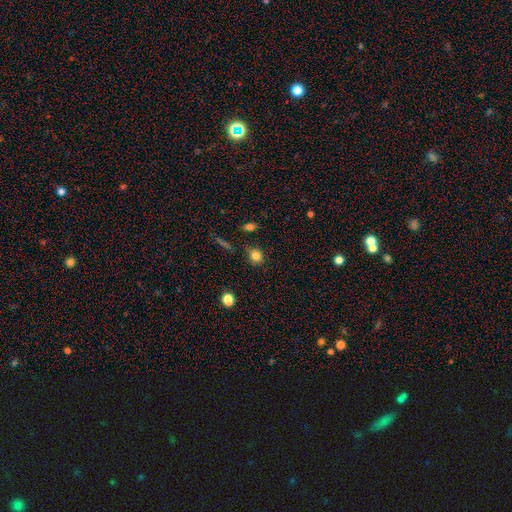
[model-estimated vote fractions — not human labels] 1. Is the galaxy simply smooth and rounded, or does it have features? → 81% smooth, 13% star or artifact, 6% featured or disk.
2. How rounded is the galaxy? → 76% round, 23% in between, 2% cigar-shaped.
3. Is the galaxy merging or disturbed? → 78% none, 15% minor disturbance, 4% major disturbance, 3% merger.